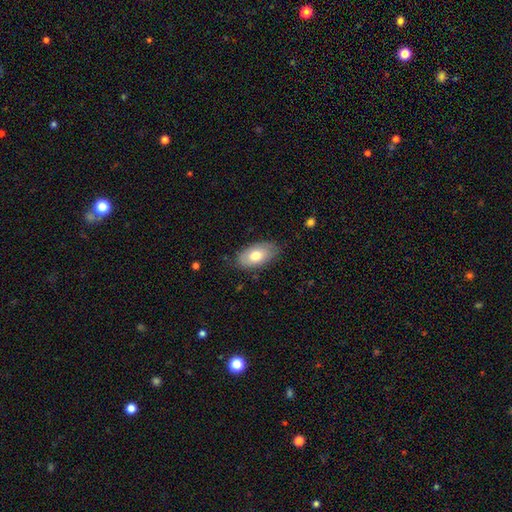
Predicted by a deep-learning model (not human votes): smooth_or_featured: smooth (p=0.71) [alt: featured or disk p=0.23]
how_rounded: in between (p=0.94) [alt: round p=0.04]
merging: none (p=0.79) [alt: minor disturbance p=0.17]